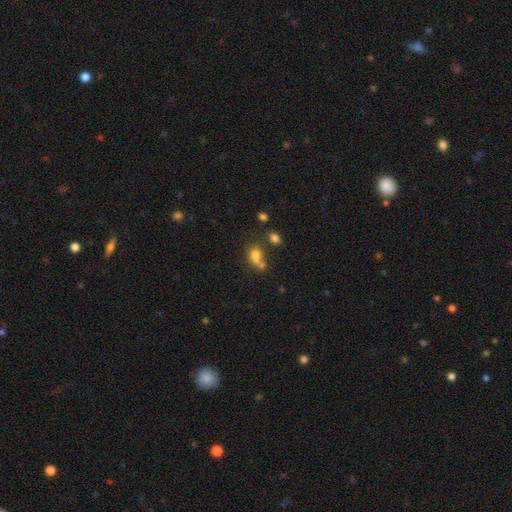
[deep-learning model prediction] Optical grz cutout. It shows a smooth galaxy with no disk features (73%) that is in between round and cigar-shaped (53%). Merging: merger (44%).